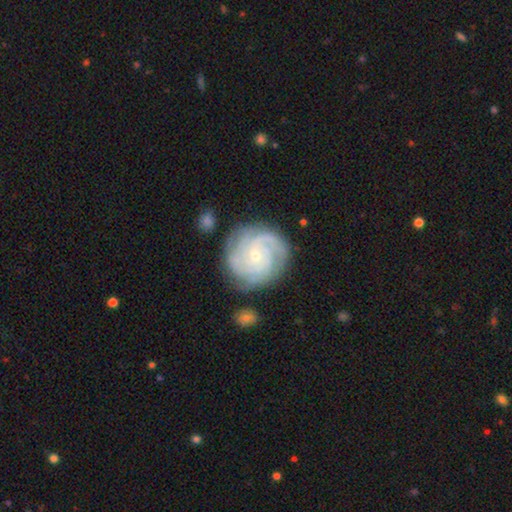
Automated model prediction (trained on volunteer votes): A featured or disk galaxy (88%) with no bar (75%), 3 (38%) tight (76%) spiral arms (98%) and a small central bulge (71%).

Vote fractions:
- Smooth or featured? featured or disk: 88% / smooth: 7% / star or artifact: 5%
- Edge-on disk? no: 98% / yes: 2%
- Bar? no: 75% / weak: 20% / strong: 5%
- Spiral arms? yes: 98% / no: 2%
- Spiral winding? tight: 76% / medium: 21% / loose: 3%
- Spiral arm count? 3: 38% / 4: 25% / can't tell: 14% / 2: 11% / more than 4: 6% / 1: 5%
- Bulge size? small: 71% / moderate: 26% / large: 1% / none: 1% / dominant: 1%
- Merging? none: 81% / minor disturbance: 13% / major disturbance: 4% / merger: 2%